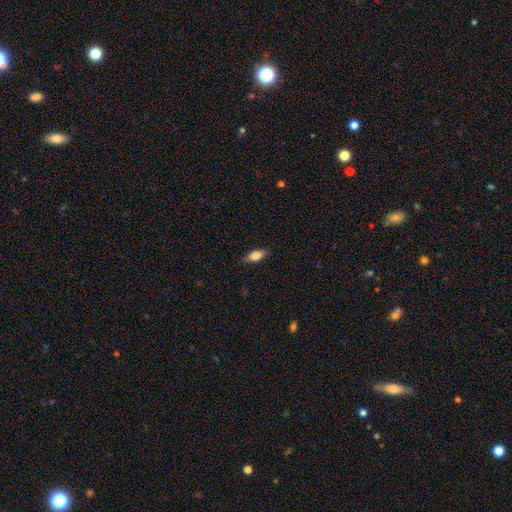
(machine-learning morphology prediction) Smooth or featured? Predicted: smooth (p=0.73). How rounded? Predicted: in between (p=0.77). Merging? Predicted: none (p=0.84).